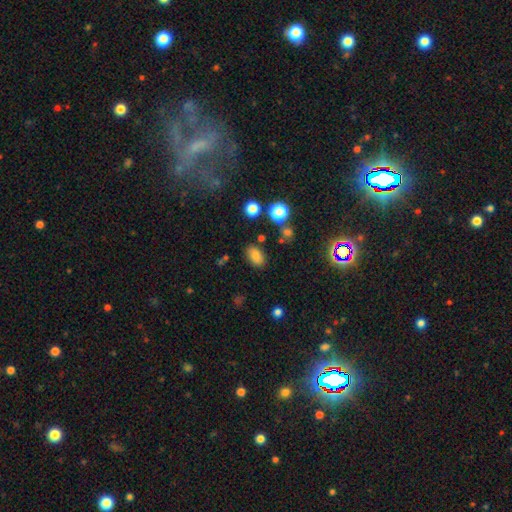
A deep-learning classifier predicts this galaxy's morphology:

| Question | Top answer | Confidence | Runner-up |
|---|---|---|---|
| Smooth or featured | smooth | 80% | star or artifact (13%) |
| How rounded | in between | 86% | round (13%) |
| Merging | none | 81% | minor disturbance (12%) |